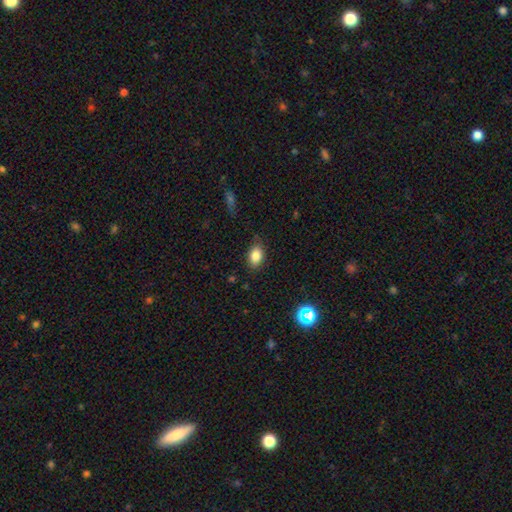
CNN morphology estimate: Smooth or featured?
  - smooth: 84% *
  - star or artifact: 10%
  - featured or disk: 6%
How rounded?
  - in between: 82% *
  - round: 16%
  - cigar-shaped: 2%
Merging?
  - none: 79% *
  - minor disturbance: 16%
  - major disturbance: 4%
  - merger: 2%